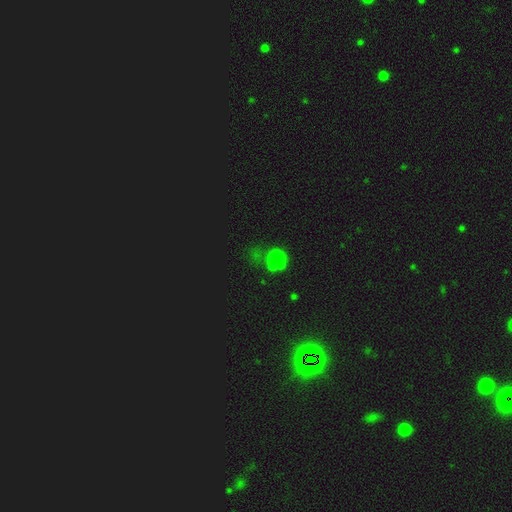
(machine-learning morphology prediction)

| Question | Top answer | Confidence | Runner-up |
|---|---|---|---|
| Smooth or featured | smooth | 59% | star or artifact (31%) |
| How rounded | round | 78% | in between (21%) |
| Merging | none | 46% | minor disturbance (25%) |